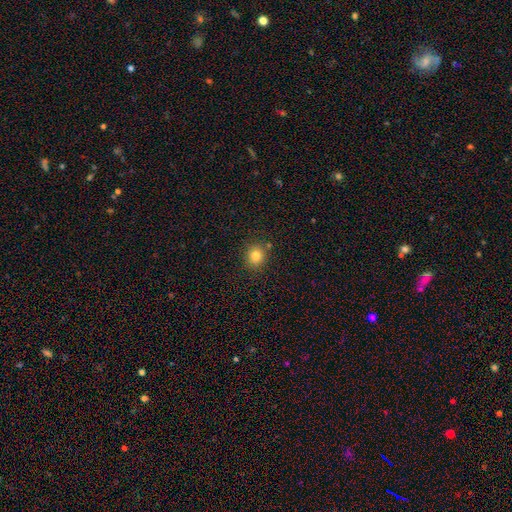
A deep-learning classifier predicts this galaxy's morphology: A smooth galaxy with no disk features (81%) that is round (81%). Merging: none (84%).